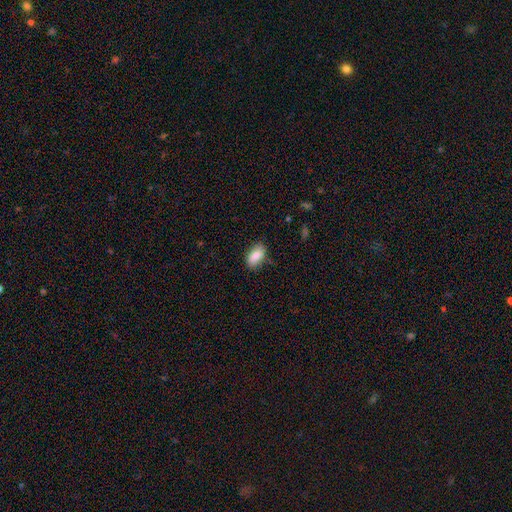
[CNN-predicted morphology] smooth_or_featured: smooth (p=0.86) [alt: star or artifact p=0.07]
how_rounded: in between (p=0.92) [alt: round p=0.05]
merging: none (p=0.78) [alt: minor disturbance p=0.17]